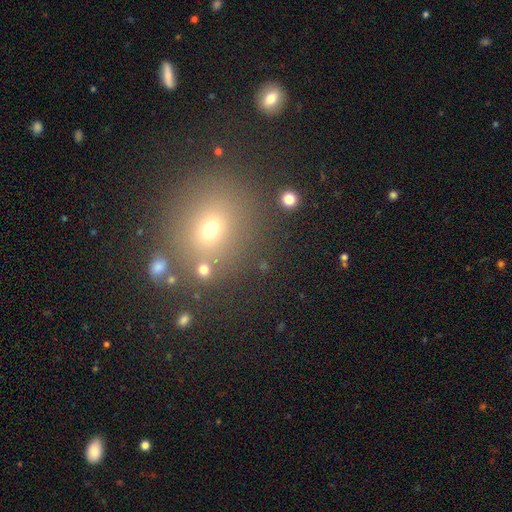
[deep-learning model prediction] smooth-or-featured: smooth: 56% | star or artifact: 32% | featured or disk: 12%
  how-rounded: round: 79% | in between: 20% | cigar-shaped: 1%
  merging: none: 82% | minor disturbance: 8% | merger: 7% | major disturbance: 4%